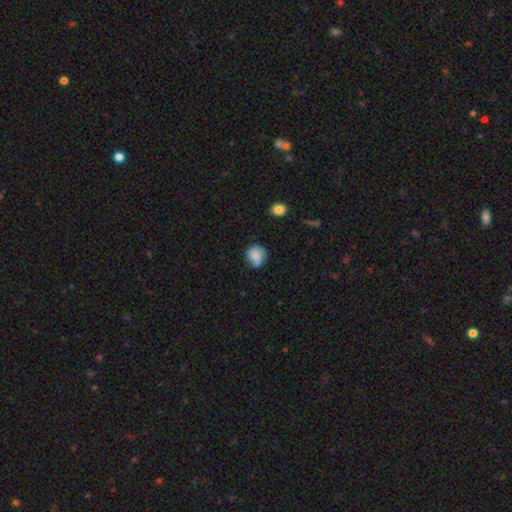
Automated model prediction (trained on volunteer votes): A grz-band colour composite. It shows a smooth galaxy with no disk features (73%) that is round (72%). Merging: none (59%).